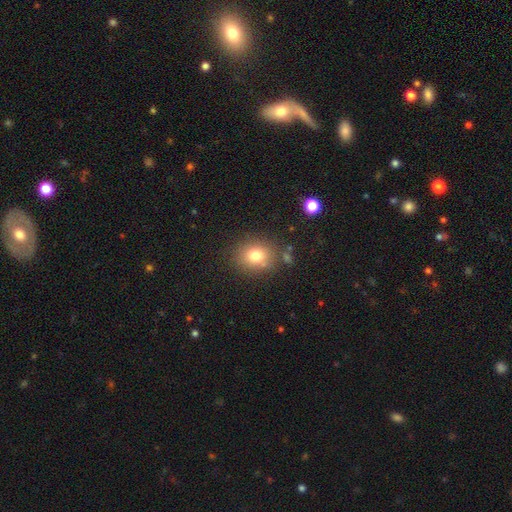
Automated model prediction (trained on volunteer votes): Smooth or featured?
  - smooth: 77% *
  - star or artifact: 13%
  - featured or disk: 10%
How rounded?
  - round: 70% *
  - in between: 29%
  - cigar-shaped: 1%
Merging?
  - none: 80% *
  - minor disturbance: 11%
  - merger: 5%
  - major disturbance: 4%